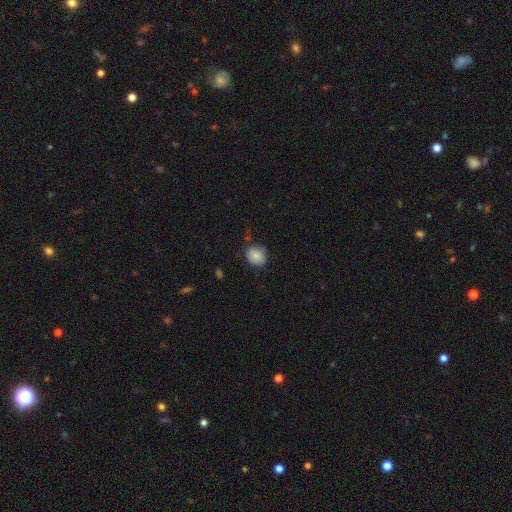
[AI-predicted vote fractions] A smooth galaxy with no disk features (84%) that is round (51%).

Vote fractions:
- Smooth or featured? smooth: 84% / star or artifact: 8% / featured or disk: 8%
- How rounded? round: 51% / in between: 48% / cigar-shaped: 1%
- Merging? none: 69% / minor disturbance: 23% / major disturbance: 5% / merger: 3%